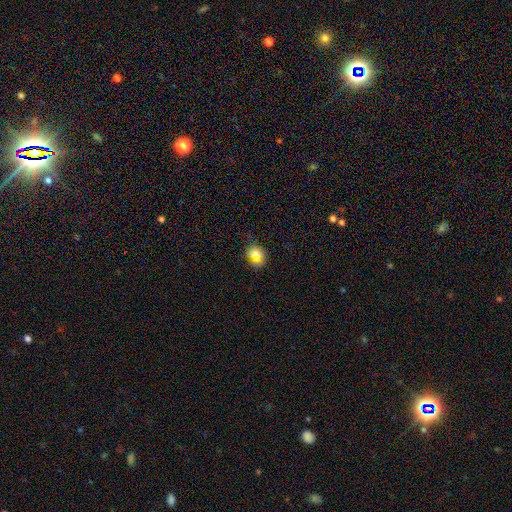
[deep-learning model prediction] Overall: smooth (68%). How rounded: round (66%; in between 32%). Merging: none (78%).